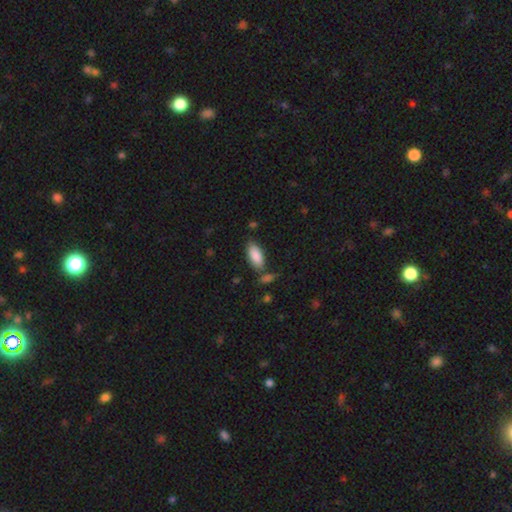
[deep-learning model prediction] Overall: smooth (88%). How rounded: in between (89%). Merging: none (72%).